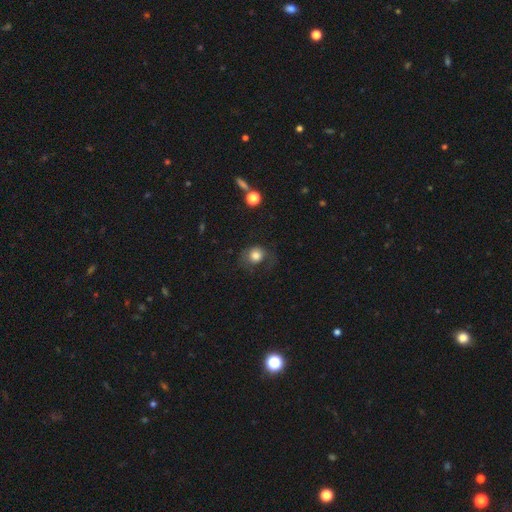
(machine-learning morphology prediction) A smooth galaxy with no disk features (77%) that is round (74%). Merging: none (51%).